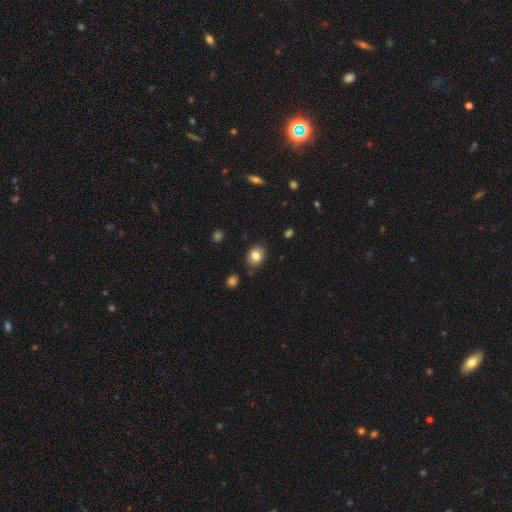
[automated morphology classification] type=smooth (82%); roundness=round (57%); merging=none (83%).